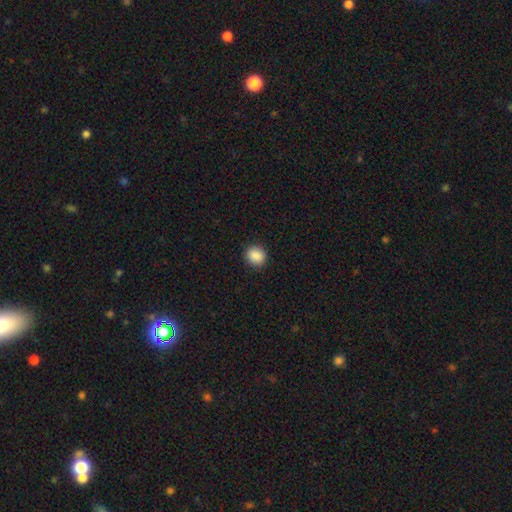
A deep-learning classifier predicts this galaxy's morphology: This appears to be a smooth galaxy with no disk features (89%) that is round (78%). Merging: none (91%).